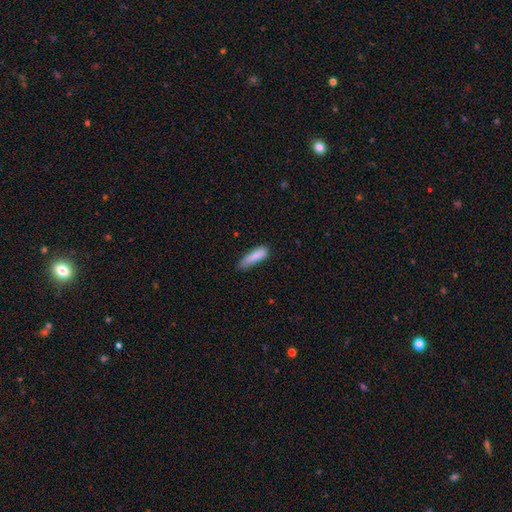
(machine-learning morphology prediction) This appears to be a smooth galaxy with no disk features (85%) that is cigar-shaped (67%). Merging: none (55%).